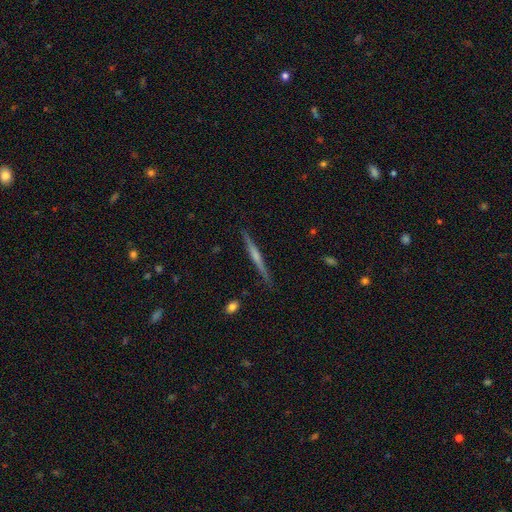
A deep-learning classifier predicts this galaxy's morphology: Smooth or featured? featured or disk (63%)
Edge-on disk? yes (98%)
Edge-on bulge? rounded (45%)
Merging? none (87%)